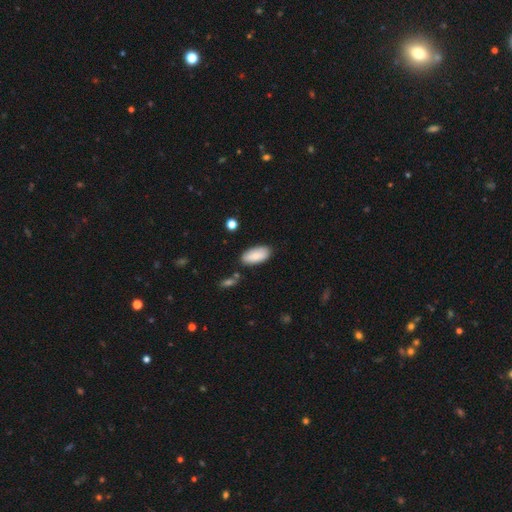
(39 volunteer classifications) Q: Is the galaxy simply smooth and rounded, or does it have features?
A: smooth — 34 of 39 (87%).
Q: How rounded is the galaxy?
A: in between — 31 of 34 (91%).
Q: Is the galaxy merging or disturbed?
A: none — 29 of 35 (83%).